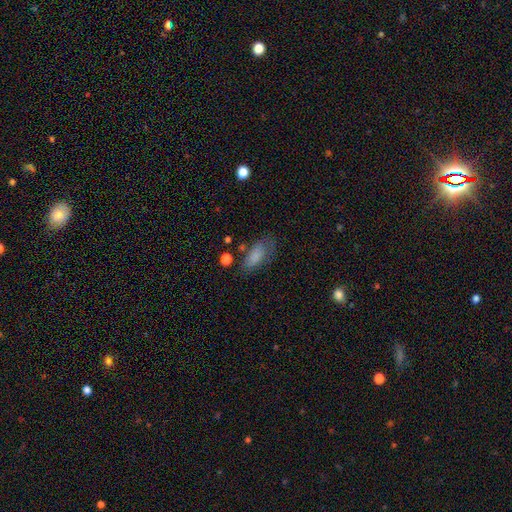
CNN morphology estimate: This appears to be a smooth galaxy with no disk features (80%) that is in between round and cigar-shaped (85%). Merging: none (60%).